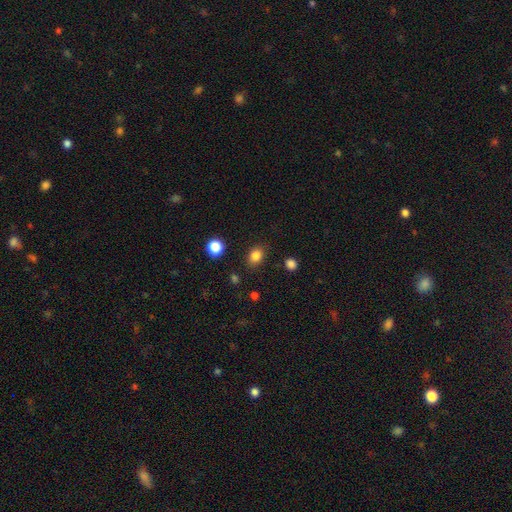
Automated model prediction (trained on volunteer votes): Morphology: type=smooth (84%); roundness=in between (55%); merging=none (84%).